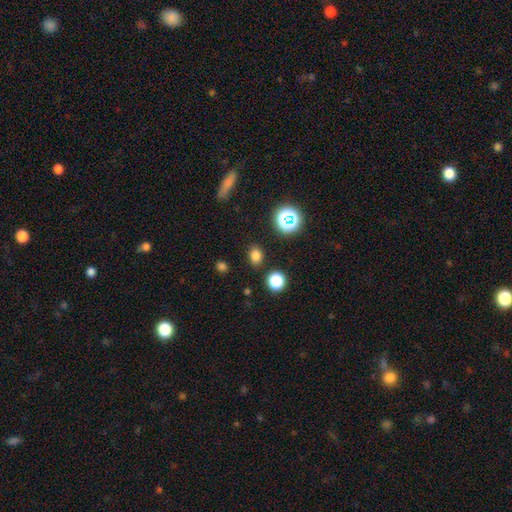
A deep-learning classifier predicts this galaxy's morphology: smooth-or-featured: smooth: 77% | star or artifact: 18% | featured or disk: 5%
  how-rounded: in between: 61% | round: 37% | cigar-shaped: 1%
  merging: none: 86% | minor disturbance: 9% | merger: 3% | major disturbance: 3%